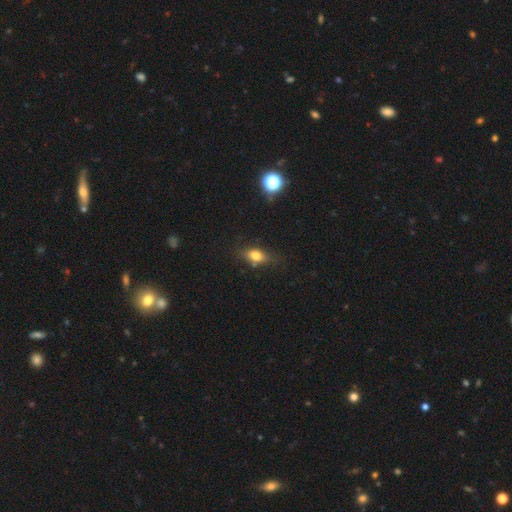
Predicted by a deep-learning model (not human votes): Overall: smooth (75%). How rounded: in between (76%). Merging: none (71%).